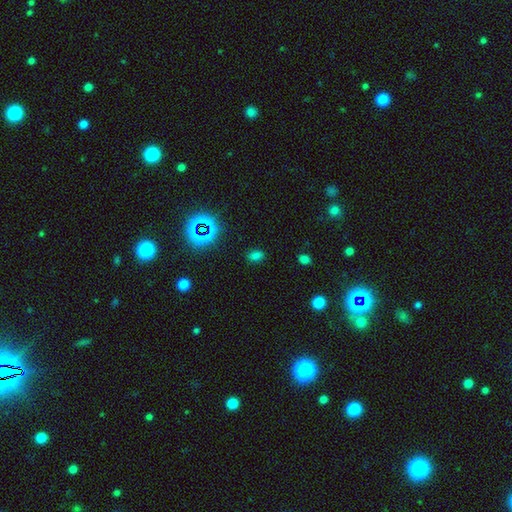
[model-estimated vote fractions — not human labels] smooth_or_featured: smooth (p=0.65) [alt: star or artifact p=0.29]
how_rounded: in between (p=0.77) [alt: round p=0.21]
merging: none (p=0.84) [alt: minor disturbance p=0.10]